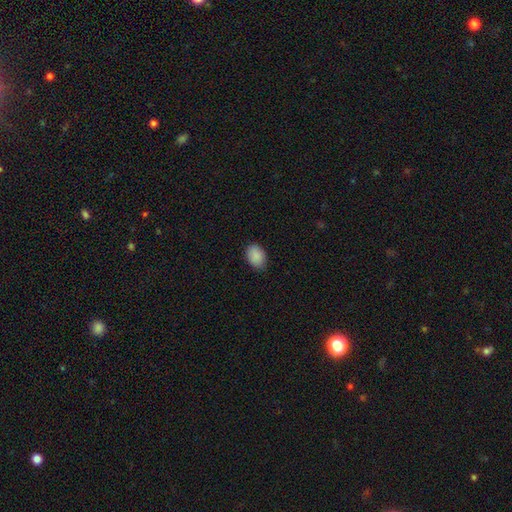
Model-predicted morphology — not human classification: This is clearly a smooth galaxy (90%). How rounded: likely in between (79%). Merging: clearly none (84%).